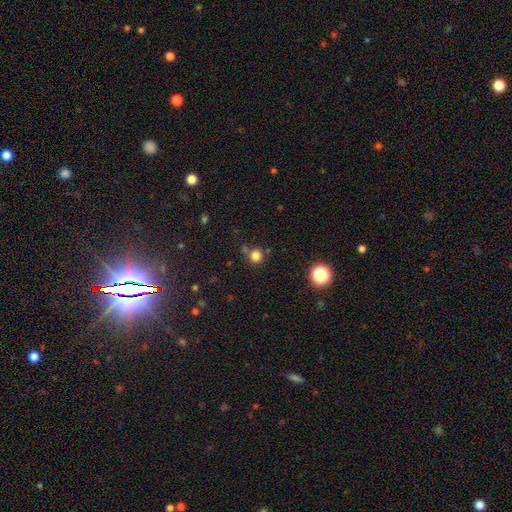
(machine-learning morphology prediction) A smooth galaxy with no disk features (79%) that is round (91%).

Vote fractions:
- Smooth or featured? smooth: 79% / star or artifact: 16% / featured or disk: 5%
- How rounded? round: 91% / in between: 8% / cigar-shaped: 1%
- Merging? none: 73% / minor disturbance: 12% / merger: 10% / major disturbance: 5%